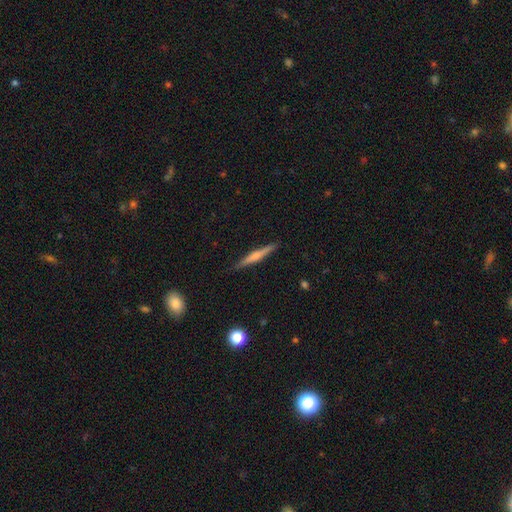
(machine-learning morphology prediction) Smooth or featured? featured or disk (51%)
Edge-on disk? yes (97%)
Edge-on bulge? rounded (52%)
Merging? none (90%)